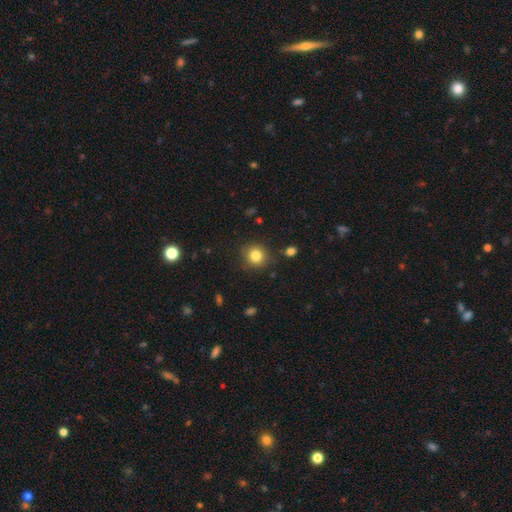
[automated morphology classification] Smooth or featured?
  - smooth: 82% *
  - star or artifact: 12%
  - featured or disk: 7%
How rounded?
  - round: 89% *
  - in between: 10%
  - cigar-shaped: 1%
Merging?
  - none: 86% *
  - minor disturbance: 9%
  - major disturbance: 3%
  - merger: 2%